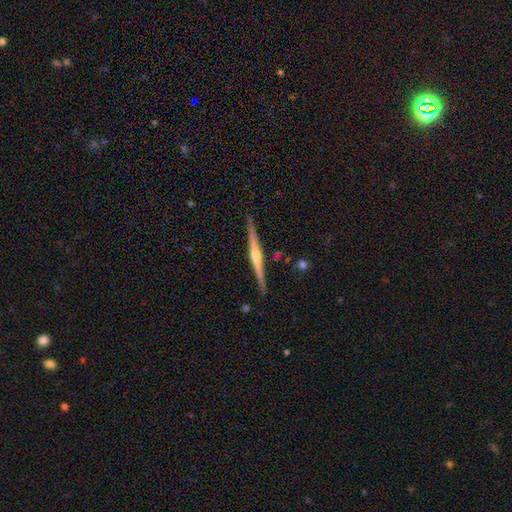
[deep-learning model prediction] A featured or disk galaxy (79%) viewed edge-on (98%) with a rounded central bulge (81%). Merging: none (89%).